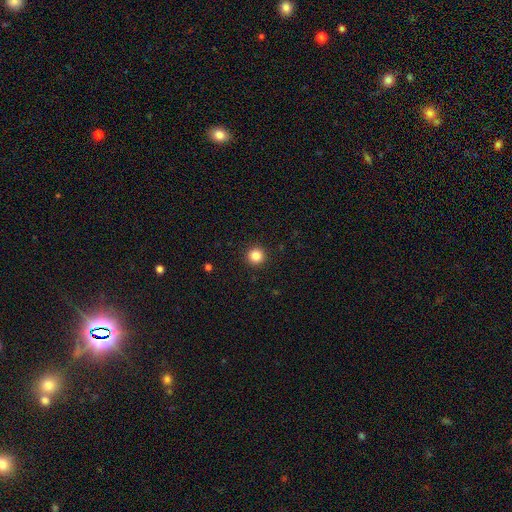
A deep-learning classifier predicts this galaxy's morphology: A smooth galaxy with no disk features (84%) that is round (96%).

Vote fractions:
- Smooth or featured? smooth: 84% / star or artifact: 11% / featured or disk: 4%
- How rounded? round: 96% / in between: 3% / cigar-shaped: 1%
- Merging? none: 93% / minor disturbance: 4% / major disturbance: 2% / merger: 1%